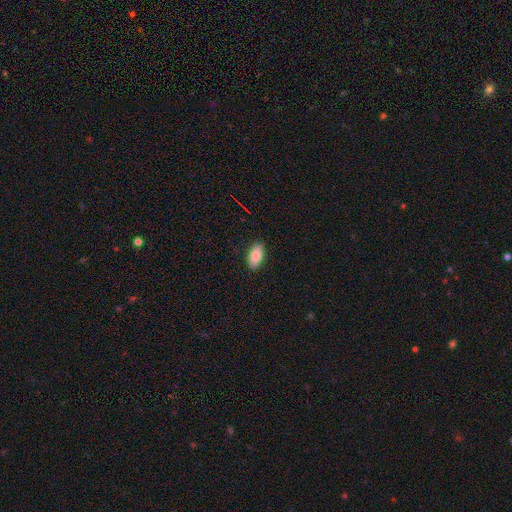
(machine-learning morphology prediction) smooth 86%, star or artifact 7%, featured or disk 7%. Down the decision tree: how rounded — in between (92%); merging — none (88%).